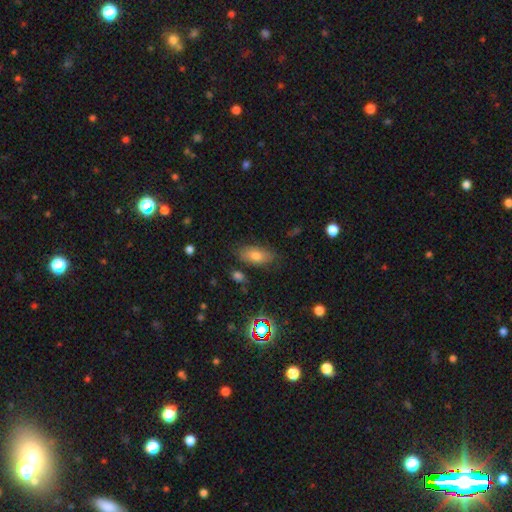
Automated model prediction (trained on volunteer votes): smooth 72%, featured or disk 16%, star or artifact 12%. Down the decision tree: how rounded — in between (88%); merging — none (76%).